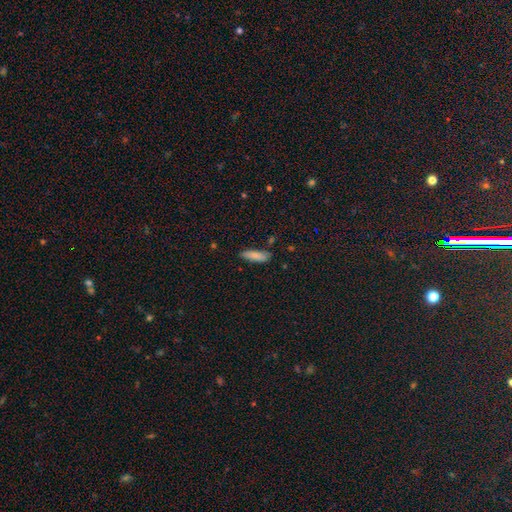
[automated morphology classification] smooth_or_featured: smooth (p=0.84) [alt: featured or disk p=0.09]
how_rounded: cigar-shaped (p=0.51) [alt: in between p=0.47]
merging: none (p=0.77) [alt: minor disturbance p=0.16]